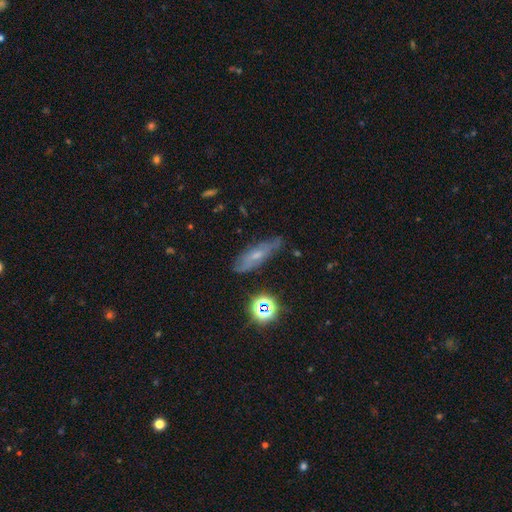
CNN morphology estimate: Smooth or featured? Predicted: smooth (p=0.42, tied with featured or disk). Merging? Predicted: none (p=0.70).